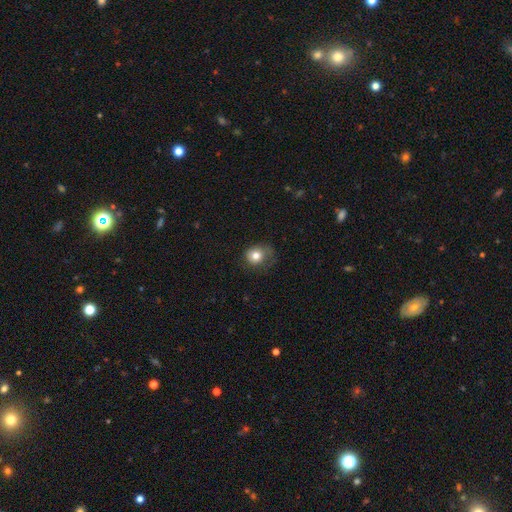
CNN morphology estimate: This appears to be a smooth galaxy with no disk features (77%) that is round (73%). Merging: none (53%).